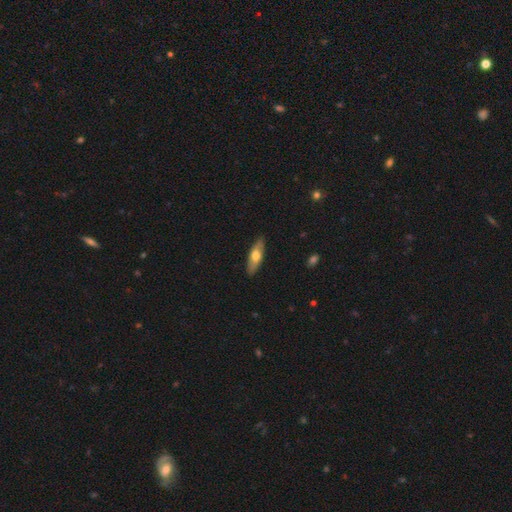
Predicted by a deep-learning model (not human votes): Smooth or featured? smooth (59%)
How rounded? in between (57%)
Merging? none (88%)